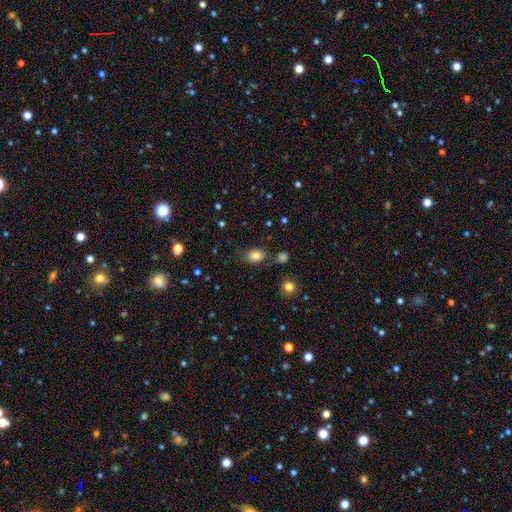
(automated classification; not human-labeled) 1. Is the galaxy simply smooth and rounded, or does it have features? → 82% smooth, 11% star or artifact, 7% featured or disk.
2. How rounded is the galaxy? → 76% in between, 23% round, 2% cigar-shaped.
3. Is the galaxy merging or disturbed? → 64% none, 21% minor disturbance, 8% major disturbance, 8% merger.